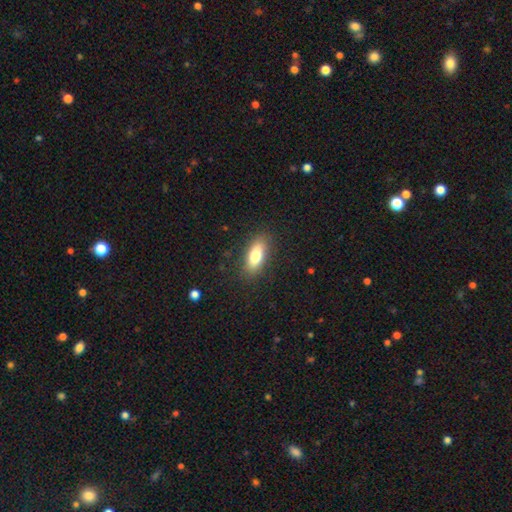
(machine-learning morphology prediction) smooth_or_featured: smooth (p=0.77) [alt: featured or disk p=0.16]
how_rounded: in between (p=0.76) [alt: cigar-shaped p=0.20]
merging: none (p=0.86) [alt: minor disturbance p=0.10]